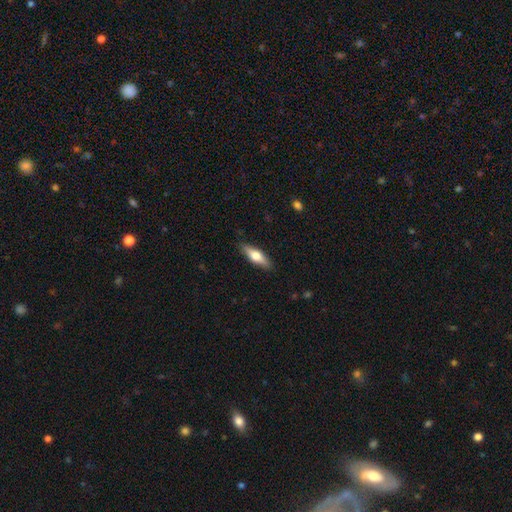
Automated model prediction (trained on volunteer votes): smooth 60%, featured or disk 34%, star or artifact 6%. Down the decision tree: how rounded — cigar-shaped (49%); merging — none (87%).